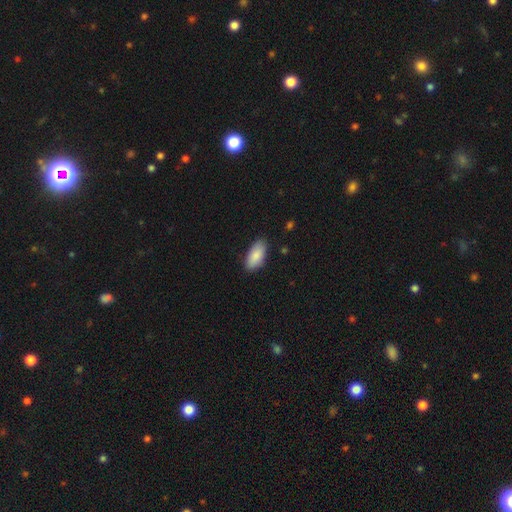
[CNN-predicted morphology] This is clearly a smooth galaxy (87%). How rounded: clearly in between (91%). Merging: clearly none (84%).